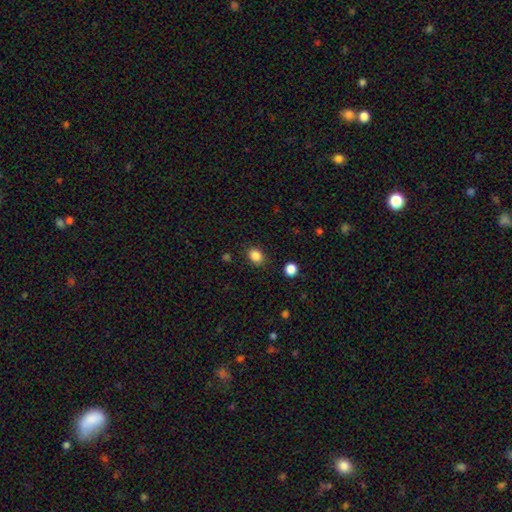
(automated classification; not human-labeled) Q: Smooth or featured?
A: smooth (86%); runner-up: star or artifact (11%)
Q: How rounded?
A: round (51%); runner-up: in between (48%)
Q: Merging?
A: none (84%); runner-up: minor disturbance (11%)